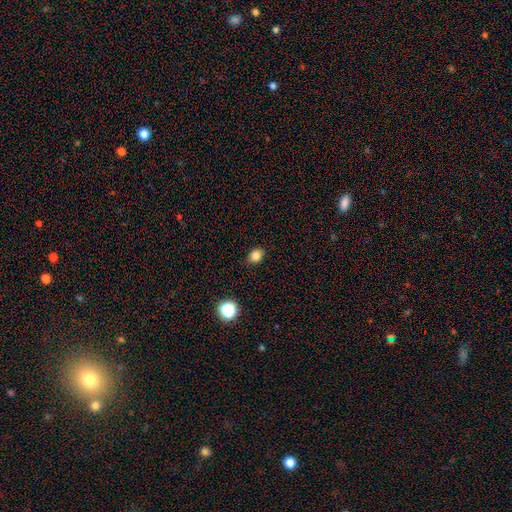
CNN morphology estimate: smooth 83%, star or artifact 12%, featured or disk 5%. Down the decision tree: how rounded — in between (59%); merging — none (87%).